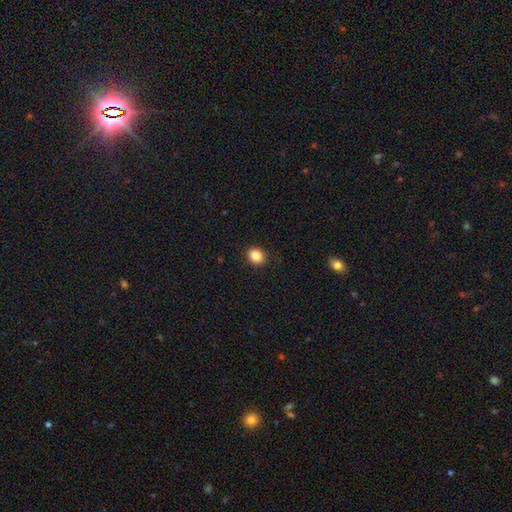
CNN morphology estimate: Smooth or featured?
  - smooth: 87% *
  - star or artifact: 10%
  - featured or disk: 4%
How rounded?
  - round: 53% *
  - in between: 46%
  - cigar-shaped: 1%
Merging?
  - none: 90% *
  - minor disturbance: 7%
  - major disturbance: 2%
  - merger: 1%